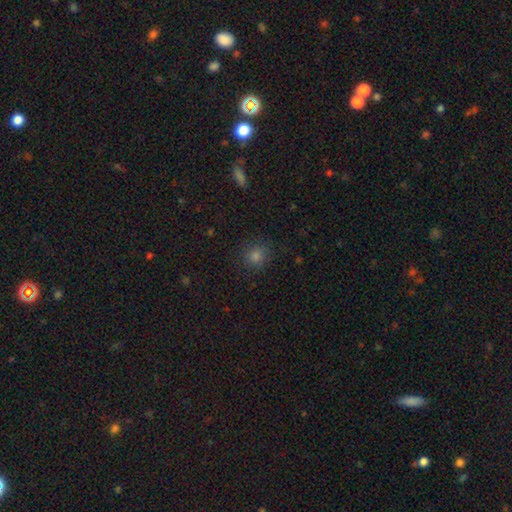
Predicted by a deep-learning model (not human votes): smooth-or-featured: smooth: 77% | star or artifact: 17% | featured or disk: 5%
  how-rounded: round: 85% | in between: 13% | cigar-shaped: 1%
  merging: none: 87% | minor disturbance: 9% | major disturbance: 3% | merger: 1%